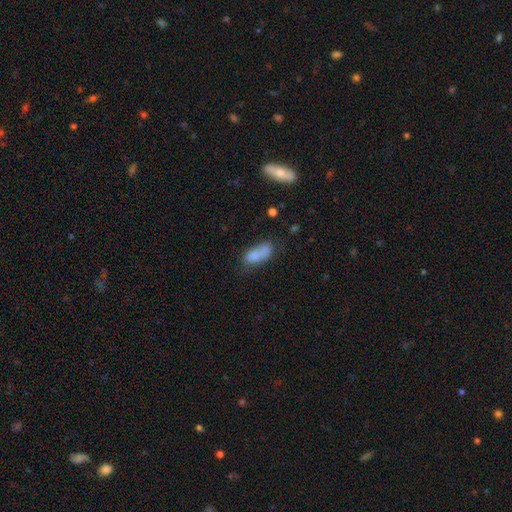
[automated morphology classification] Q: Smooth or featured?
A: smooth (77%); runner-up: featured or disk (13%)
Q: How rounded?
A: in between (85%); runner-up: cigar-shaped (11%)
Q: Merging?
A: none (41%); runner-up: minor disturbance (26%)